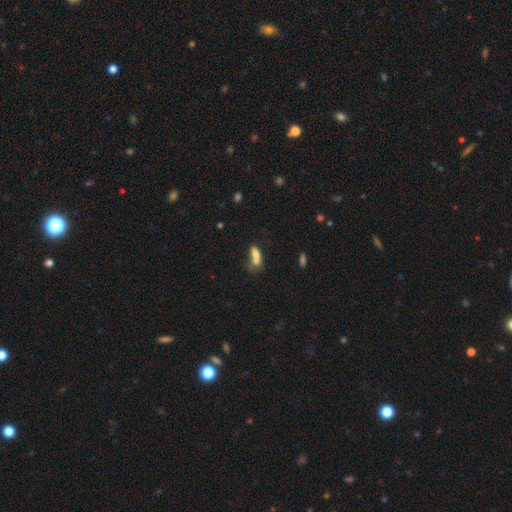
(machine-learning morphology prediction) This appears to be a smooth galaxy with no disk features (69%) that is in between round and cigar-shaped (74%). Merging: merger (53%).